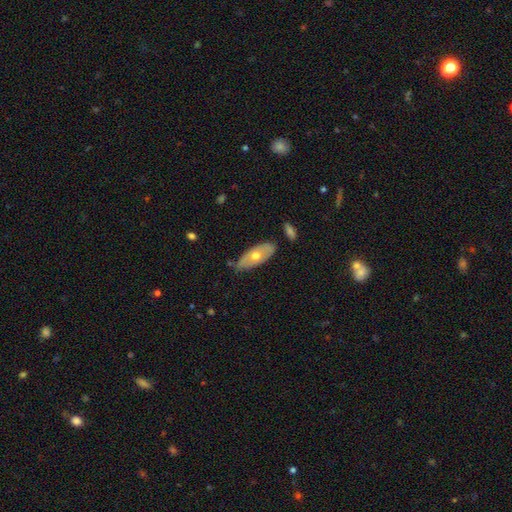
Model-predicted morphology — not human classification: Smooth or featured?
  - smooth: 50% *
  - featured or disk: 44%
  - star or artifact: 6%
How rounded?
  - in between: 83% *
  - cigar-shaped: 13%
  - round: 4%
Merging?
  - none: 67% *
  - minor disturbance: 25%
  - major disturbance: 4%
  - merger: 4%